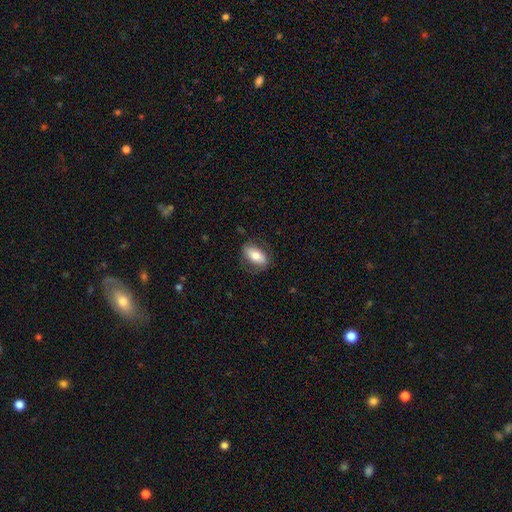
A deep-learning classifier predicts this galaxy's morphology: A smooth galaxy with no disk features (72%) that is in between round and cigar-shaped (88%). Merging: none (76%).